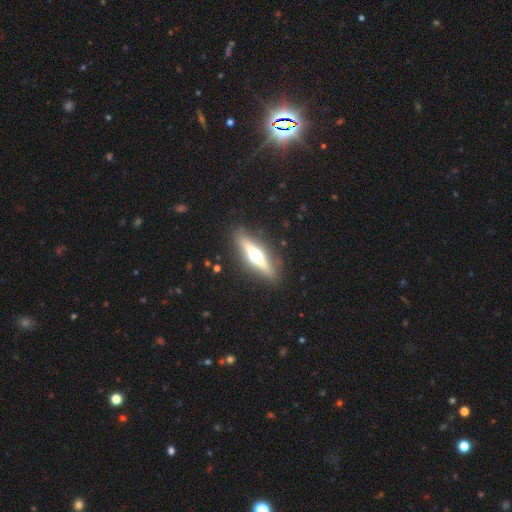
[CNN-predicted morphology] Smooth or featured: featured or disk — 68% (smooth — 25%)
Edge-on disk: yes — 94% (no — 6%)
Edge-on bulge: rounded — 96% (boxy — 3%)
Merging: none — 89% (minor disturbance — 7%)